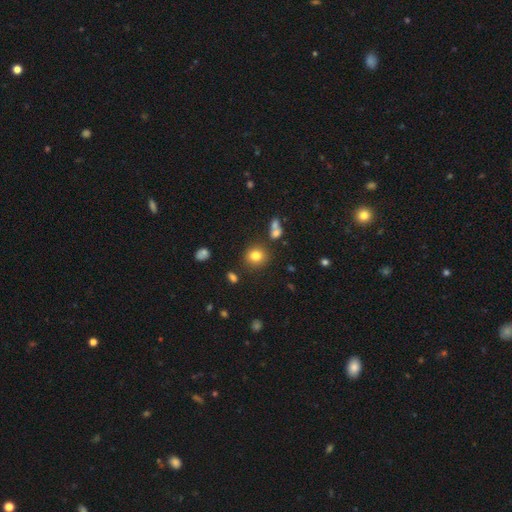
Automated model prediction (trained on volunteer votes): Smooth or featured? Predicted: smooth (p=0.80). How rounded? Predicted: round (p=0.86). Merging? Predicted: none (p=0.82).